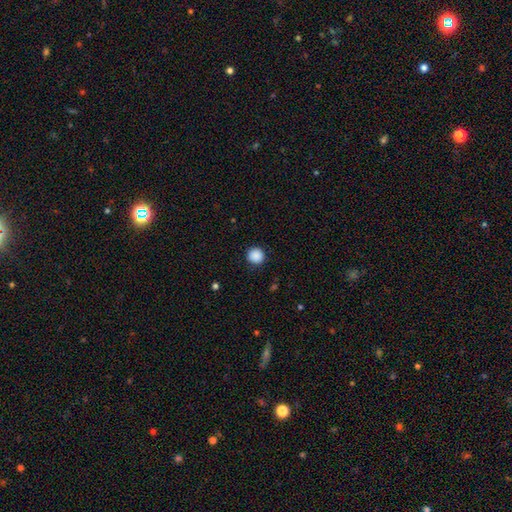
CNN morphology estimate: type=smooth (89%); roundness=round (95%); merging=none (92%).